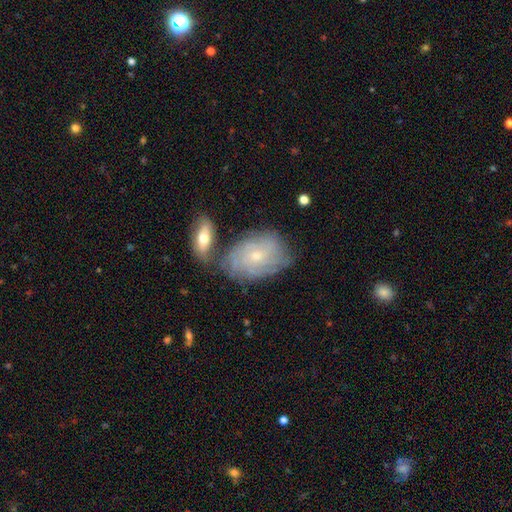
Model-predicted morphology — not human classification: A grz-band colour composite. It shows a featured or disk galaxy (67%) with no bar (78%), tight (68%) spiral arms (84%) and a small central bulge (72%). Merging: none (62%).